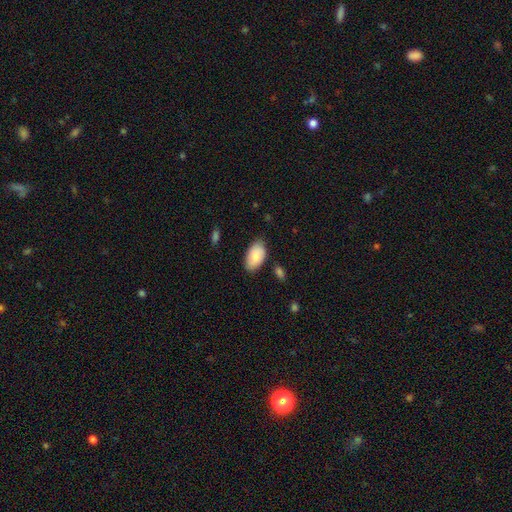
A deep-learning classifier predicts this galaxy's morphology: smooth-or-featured: smooth: 81% | featured or disk: 13% | star or artifact: 6%
  how-rounded: in between: 95% | round: 4% | cigar-shaped: 1%
  merging: none: 79% | minor disturbance: 16% | major disturbance: 3% | merger: 3%